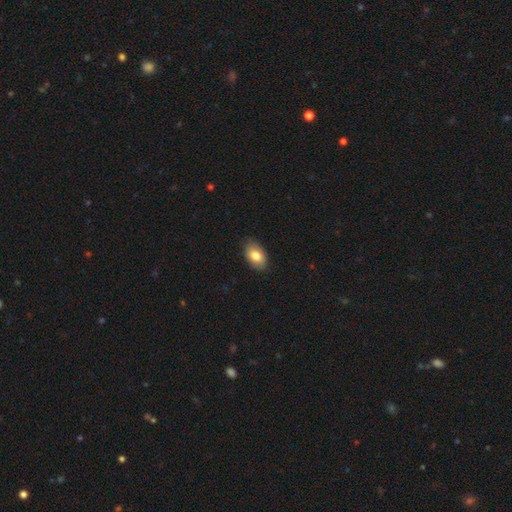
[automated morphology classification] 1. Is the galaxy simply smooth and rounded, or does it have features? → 82% smooth, 11% featured or disk, 7% star or artifact.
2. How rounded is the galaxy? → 92% in between, 7% round, 1% cigar-shaped.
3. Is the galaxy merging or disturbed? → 84% none, 13% minor disturbance, 2% major disturbance, 1% merger.